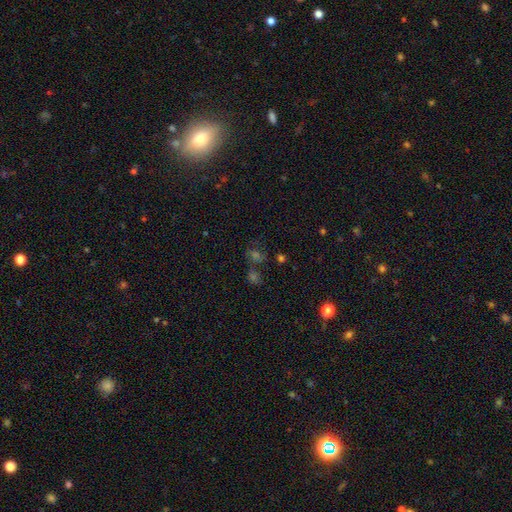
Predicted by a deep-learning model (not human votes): A star or artifact, not a galaxy (48%).